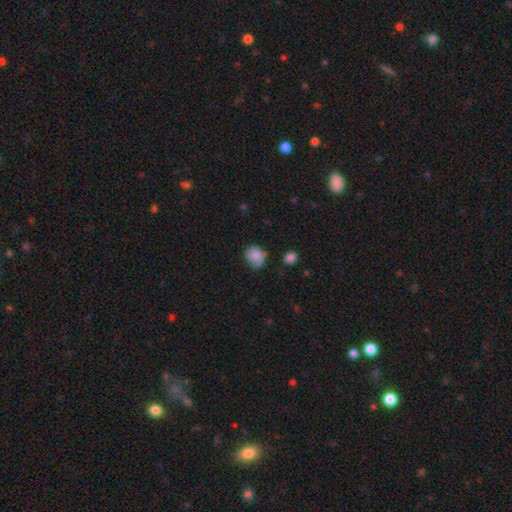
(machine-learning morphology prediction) This appears to be a smooth galaxy with no disk features (72%) that is round (67%). Merging: none (50%).